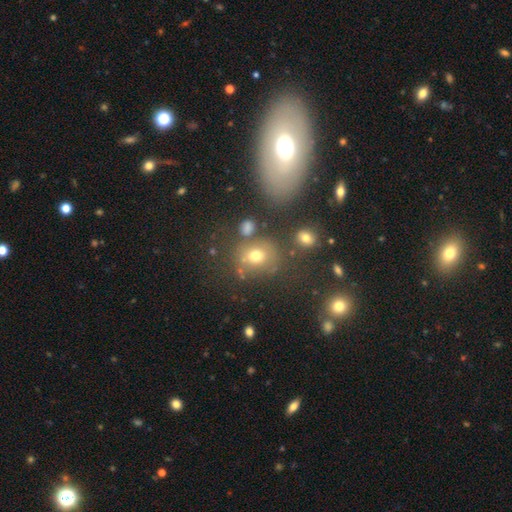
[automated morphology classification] smooth 68%, star or artifact 19%, featured or disk 13%. Down the decision tree: how rounded — round (68%); merging — none (64%).